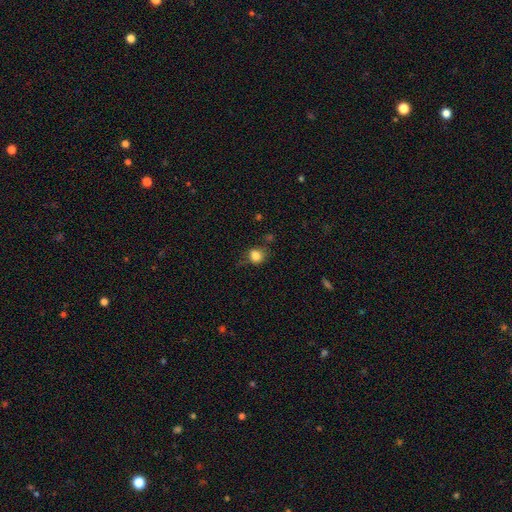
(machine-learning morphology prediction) Smooth or featured? Predicted: smooth (p=0.82). How rounded? Predicted: round (p=0.72). Merging? Predicted: none (p=0.65).